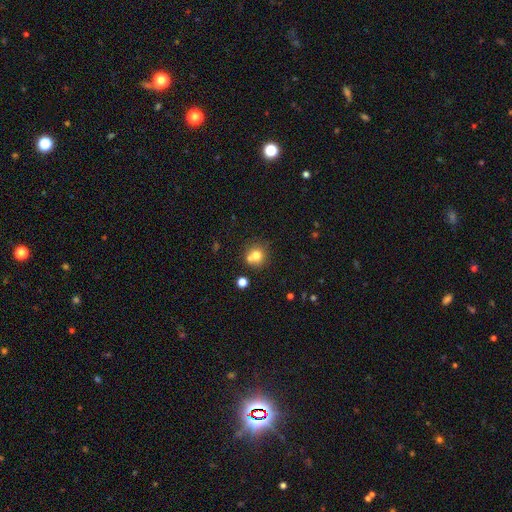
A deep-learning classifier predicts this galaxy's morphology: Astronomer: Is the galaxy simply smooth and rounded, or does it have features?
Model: smooth — 73%.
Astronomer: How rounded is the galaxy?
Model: round — 87%.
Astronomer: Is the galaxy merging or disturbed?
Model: none — 56%.